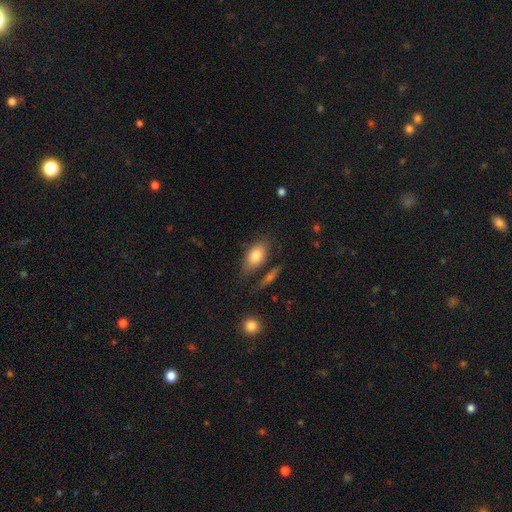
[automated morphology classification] A smooth galaxy with no disk features (80%) that is in between round and cigar-shaped (88%).

Vote fractions:
- Smooth or featured? smooth: 80% / featured or disk: 13% / star or artifact: 7%
- How rounded? in between: 88% / round: 7% / cigar-shaped: 5%
- Merging? none: 67% / minor disturbance: 19% / merger: 8% / major disturbance: 6%